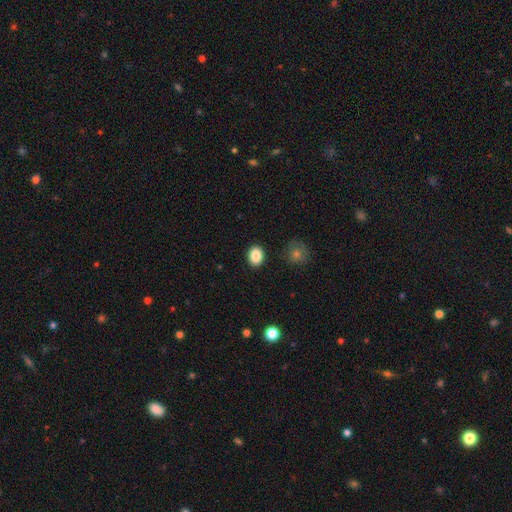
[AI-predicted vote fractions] The model was most divided on "how rounded": in between: 51%, round: 48%, cigar-shaped: 1%. More confident: merging — none (90%); smooth or featured — smooth (87%).